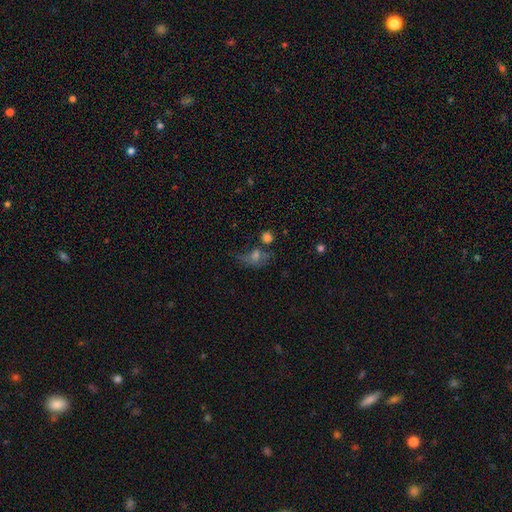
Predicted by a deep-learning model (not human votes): The model was most divided on "merging": none: 37%, major disturbance: 25%, minor disturbance: 22%, merger: 16%. Remaining: smooth or featured — smooth (46%).